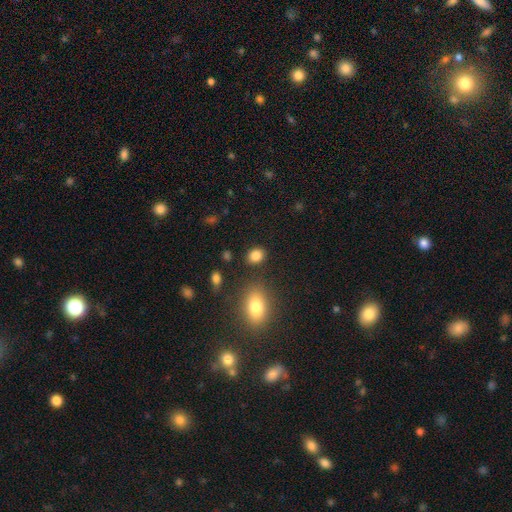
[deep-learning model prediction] Morphology: type=smooth (85%); roundness=in between (51%); merging=none (83%).